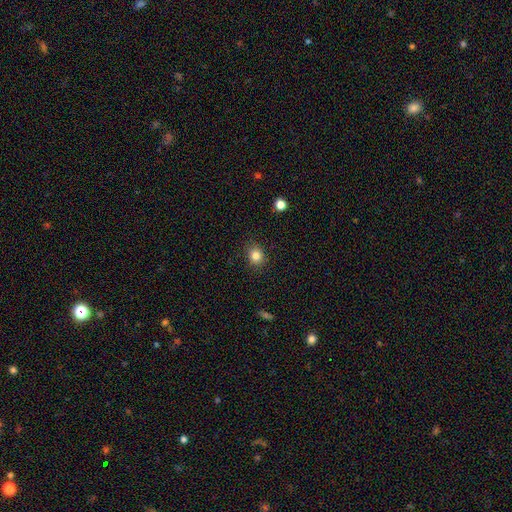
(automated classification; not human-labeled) Morphology: type=smooth (83%); roundness=round (75%); merging=none (87%).